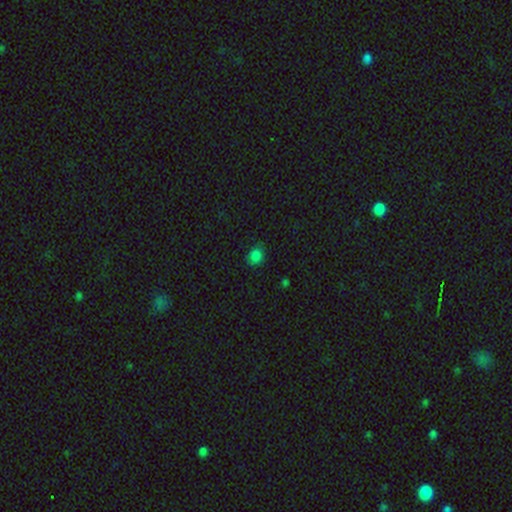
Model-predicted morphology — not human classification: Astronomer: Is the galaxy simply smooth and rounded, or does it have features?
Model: smooth — 80%.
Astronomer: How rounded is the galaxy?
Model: round — 65%.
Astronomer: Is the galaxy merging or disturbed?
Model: none — 78%.